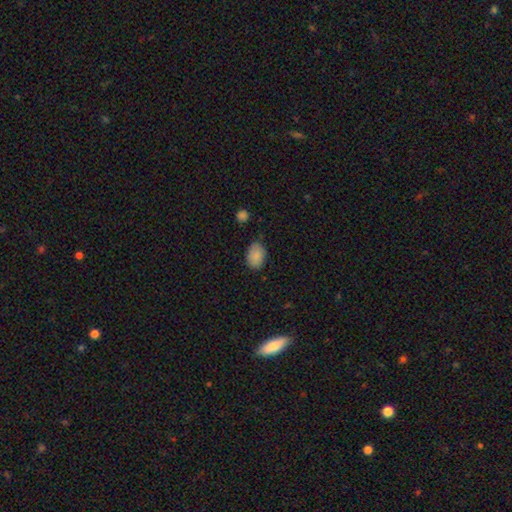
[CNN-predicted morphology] Smooth or featured? smooth (87%)
How rounded? in between (80%)
Merging? none (77%)